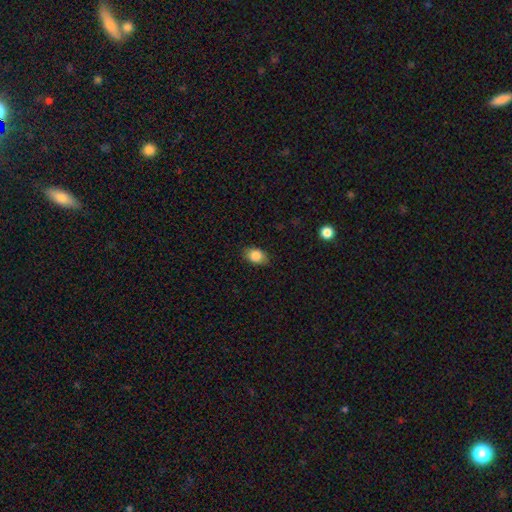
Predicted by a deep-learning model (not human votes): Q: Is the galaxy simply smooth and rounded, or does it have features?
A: smooth — 85%.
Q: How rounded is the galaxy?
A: in between — 80%.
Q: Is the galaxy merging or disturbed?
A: none — 86%.